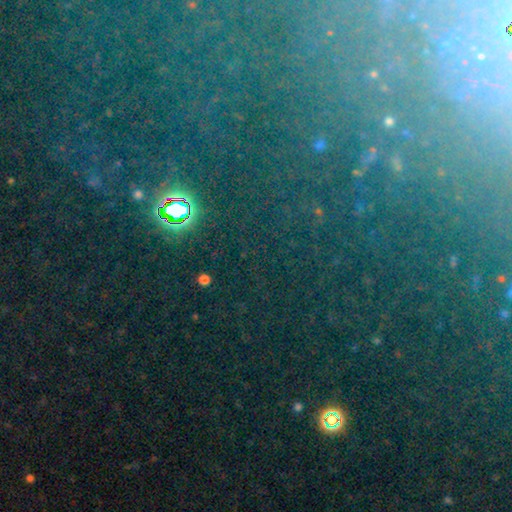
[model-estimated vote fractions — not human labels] Smooth or featured?
  - star or artifact: 66% *
  - smooth: 19%
  - featured or disk: 15%